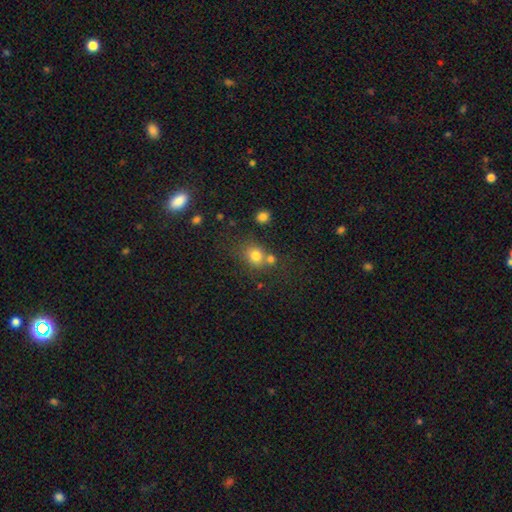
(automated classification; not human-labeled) Smooth or featured? Predicted: smooth (p=0.78). How rounded? Predicted: round (p=0.70). Merging? Predicted: none (p=0.53).